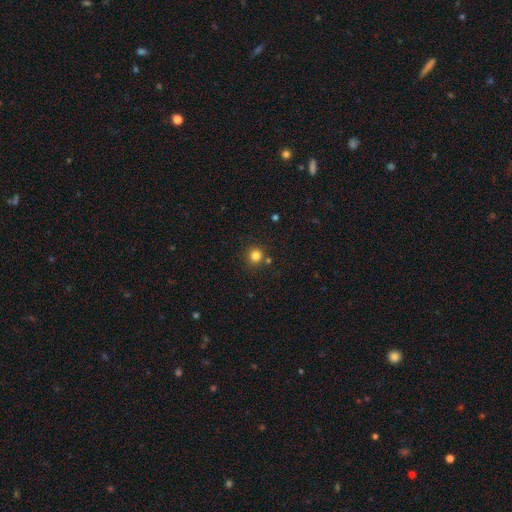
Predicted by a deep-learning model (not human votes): Smooth or featured? smooth (81%)
How rounded? round (92%)
Merging? none (82%)